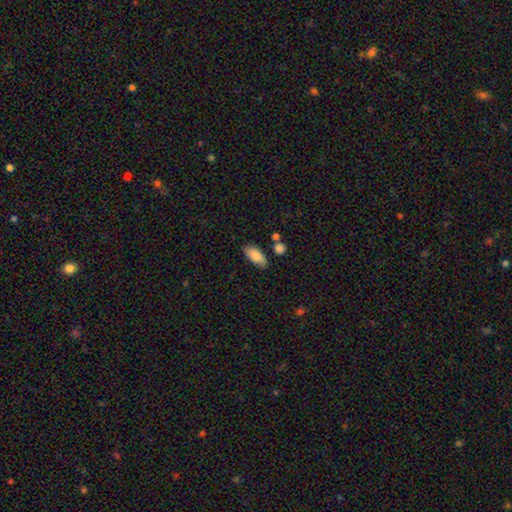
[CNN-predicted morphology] This appears to be a smooth galaxy with no disk features (85%) that is in between round and cigar-shaped (84%). Merging: none (77%).